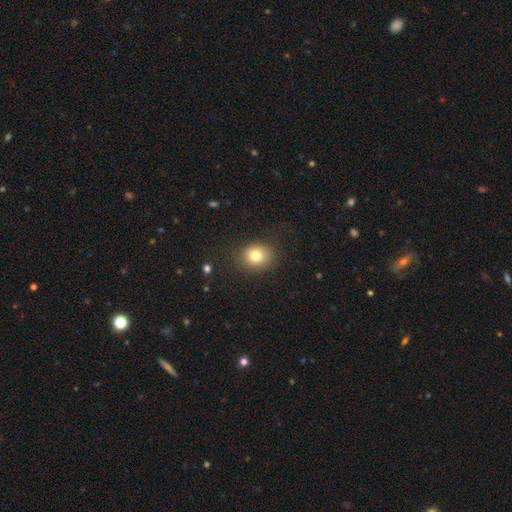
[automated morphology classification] Overall: smooth (78%). How rounded: round (70%). Merging: none (85%).